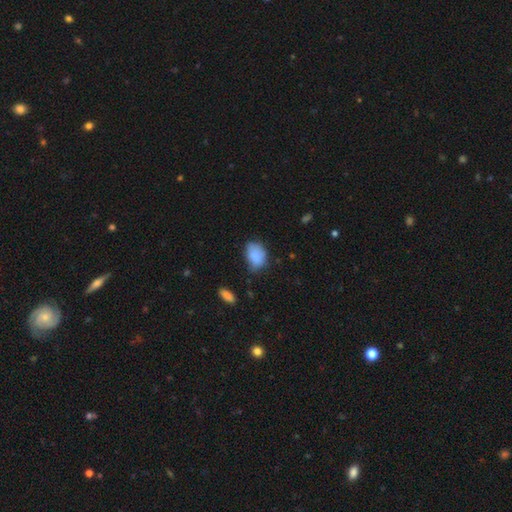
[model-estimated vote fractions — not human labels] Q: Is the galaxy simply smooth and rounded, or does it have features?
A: smooth — 84%.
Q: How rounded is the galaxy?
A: in between — 78%.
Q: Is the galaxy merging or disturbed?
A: none — 56%.